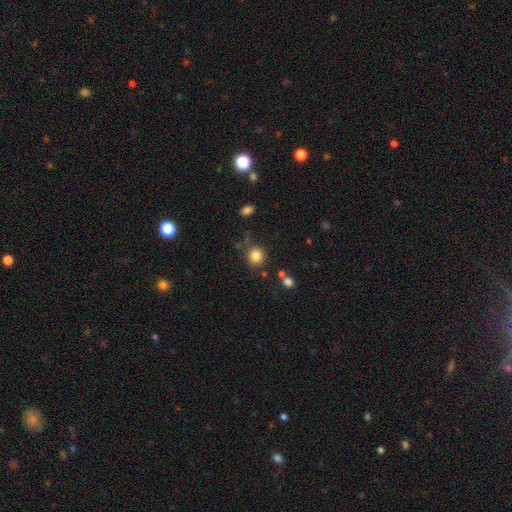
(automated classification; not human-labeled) A smooth galaxy with no disk features (84%) that is round (88%). Merging: none (79%).